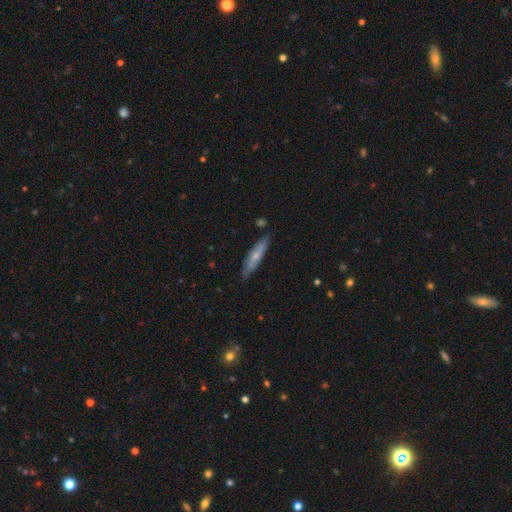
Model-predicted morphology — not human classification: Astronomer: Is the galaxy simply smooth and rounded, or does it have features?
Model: smooth — 55% (runner-up: featured or disk, 39%).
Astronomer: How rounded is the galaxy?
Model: cigar-shaped — 82%.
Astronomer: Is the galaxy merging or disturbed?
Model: none — 83%.